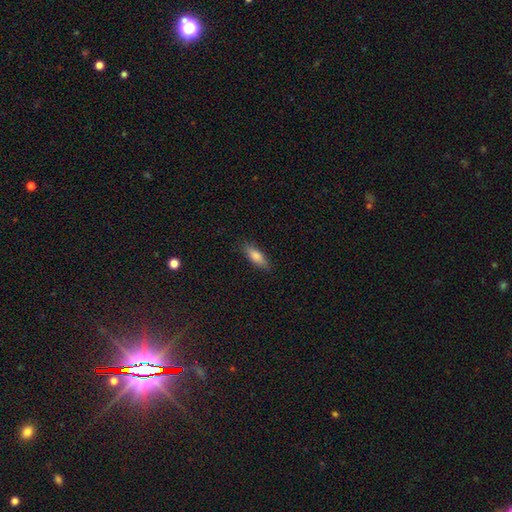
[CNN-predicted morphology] The model was most divided on "how rounded": in between: 56%, cigar-shaped: 42%, round: 2%. More confident: merging — none (85%); smooth or featured — smooth (78%).